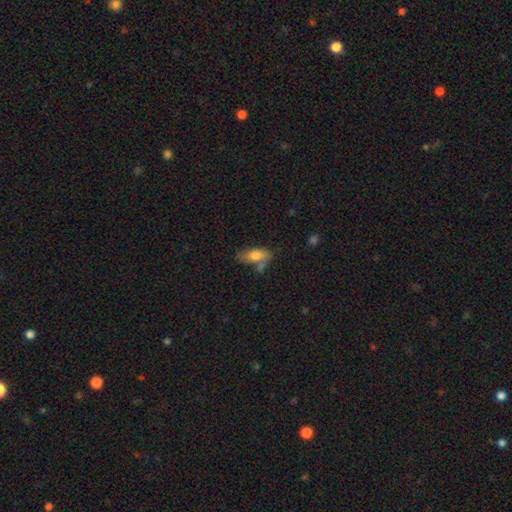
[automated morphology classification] Smooth or featured? Predicted: smooth (p=0.73). How rounded? Predicted: in between (p=0.80). Merging? Predicted: none (p=0.58).